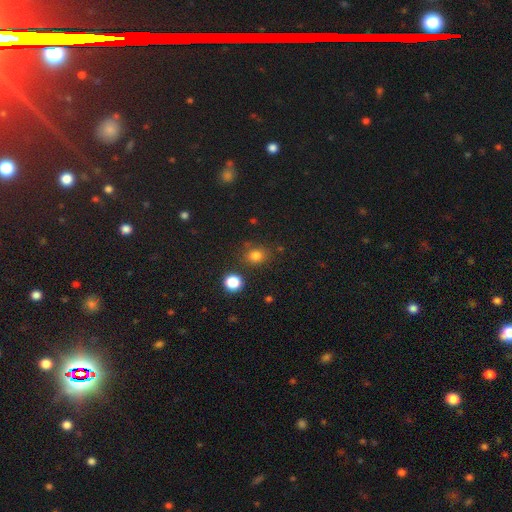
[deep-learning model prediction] This is likely a smooth galaxy (78%). How rounded: likely round (66%). Merging: likely none (79%).